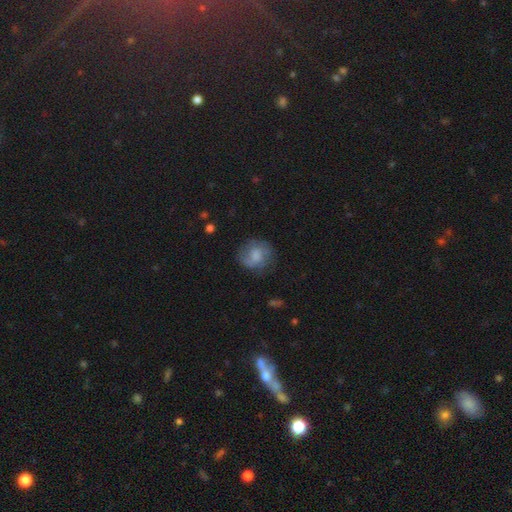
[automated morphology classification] This appears to be a smooth galaxy with no disk features (58%) that is round (77%). Merging: none (62%).